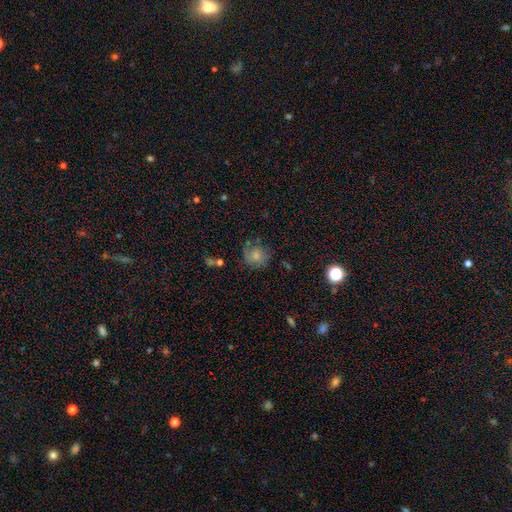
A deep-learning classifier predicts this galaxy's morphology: The model was most divided on "merging": none: 62%, minor disturbance: 23%, major disturbance: 10%, merger: 4%. More confident: how rounded — round (80%); smooth or featured — smooth (67%).